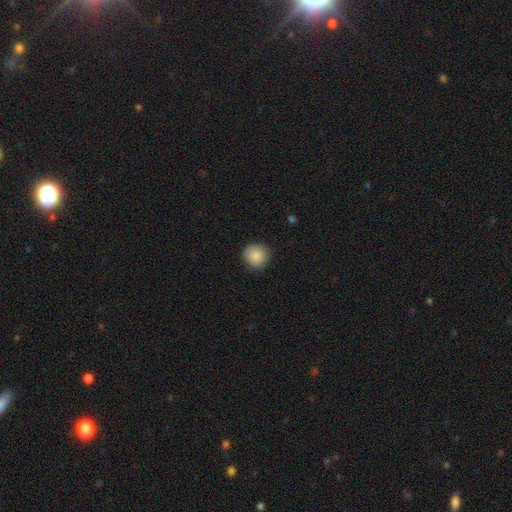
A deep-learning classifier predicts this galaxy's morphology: smooth-or-featured: smooth: 87% | star or artifact: 8% | featured or disk: 5%
  how-rounded: round: 92% | in between: 7% | cigar-shaped: 1%
  merging: none: 88% | minor disturbance: 9% | major disturbance: 2% | merger: 1%